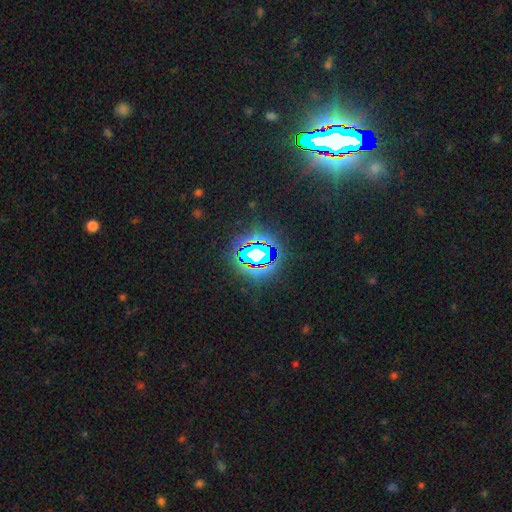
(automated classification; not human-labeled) Smooth or featured: star or artifact — 73% (smooth — 15%)